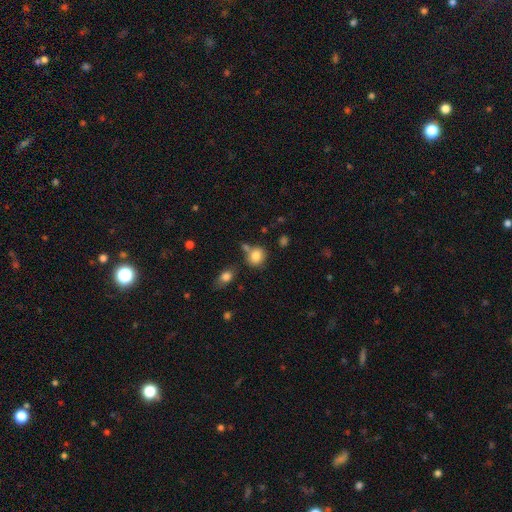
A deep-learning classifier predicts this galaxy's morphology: The model was most divided on "how rounded": round: 67%, in between: 32%, cigar-shaped: 1%. More confident: smooth or featured — smooth (84%); merging — none (66%).